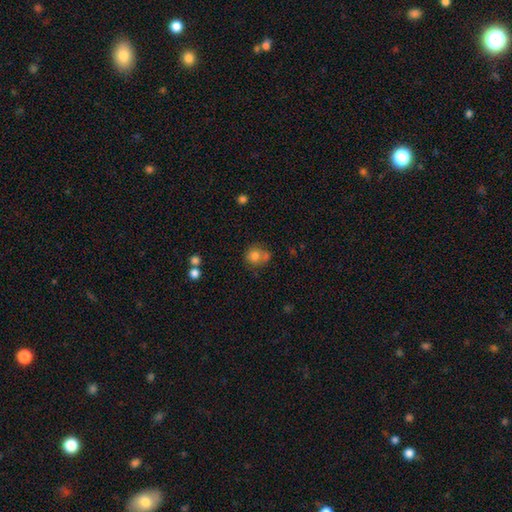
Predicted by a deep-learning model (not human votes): The model was most divided on "merging": none: 45%, merger: 26%, minor disturbance: 19%, major disturbance: 9%. More confident: smooth or featured — smooth (75%); how rounded — round (72%).